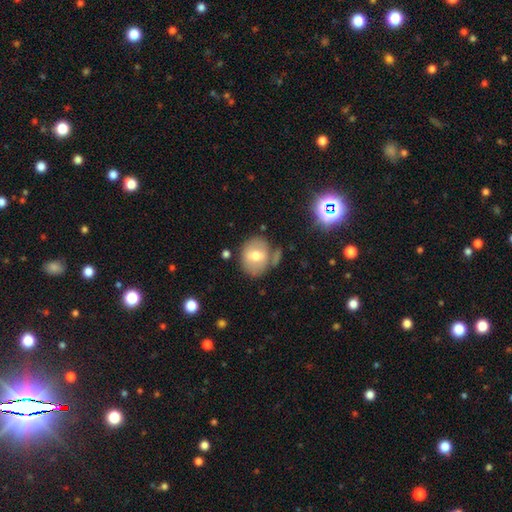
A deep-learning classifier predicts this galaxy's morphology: smooth 60%, featured or disk 31%, star or artifact 9%. Down the decision tree: how rounded — round (58%); merging — none (65%).